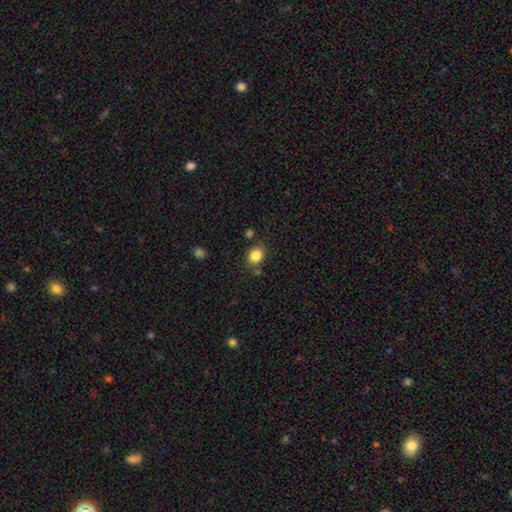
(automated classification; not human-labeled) This appears to be a smooth galaxy with no disk features (85%) that is round (65%). Merging: none (77%).